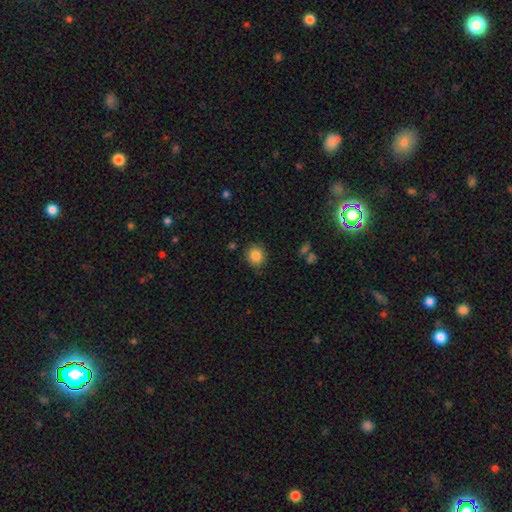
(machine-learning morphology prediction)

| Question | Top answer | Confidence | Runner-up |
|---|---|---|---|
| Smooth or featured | smooth | 85% | star or artifact (10%) |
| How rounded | round | 81% | in between (18%) |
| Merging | none | 84% | minor disturbance (11%) |